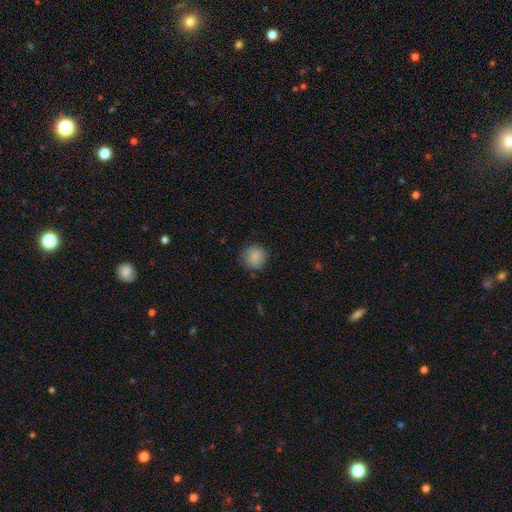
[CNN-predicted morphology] smooth 87%, star or artifact 8%, featured or disk 4%. Down the decision tree: how rounded — round (91%); merging — none (84%).